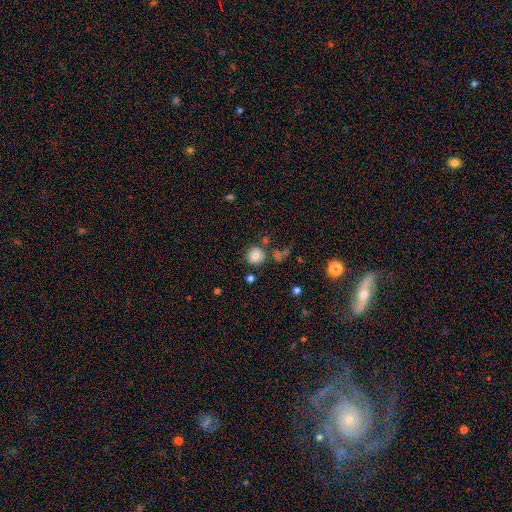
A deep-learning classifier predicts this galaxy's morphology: A smooth galaxy with no disk features (78%) that is round (90%).

Vote fractions:
- Smooth or featured? smooth: 78% / star or artifact: 11% / featured or disk: 11%
- How rounded? round: 90% / in between: 9% / cigar-shaped: 1%
- Merging? none: 78% / minor disturbance: 11% / merger: 7% / major disturbance: 4%